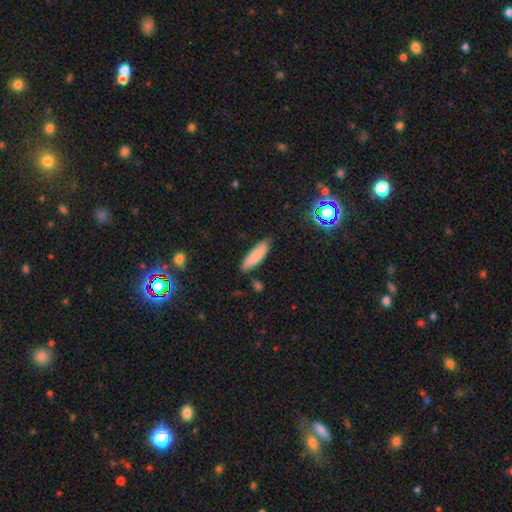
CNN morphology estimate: type=smooth (83%); roundness=cigar-shaped (50%); merging=none (79%).